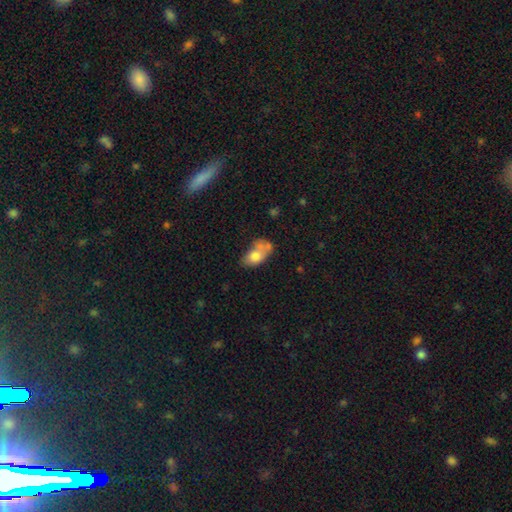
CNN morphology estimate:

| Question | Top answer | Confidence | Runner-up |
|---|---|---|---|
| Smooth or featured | smooth | 71% | featured or disk (21%) |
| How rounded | in between | 88% | round (8%) |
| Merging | merger | 32% | none (28%) |